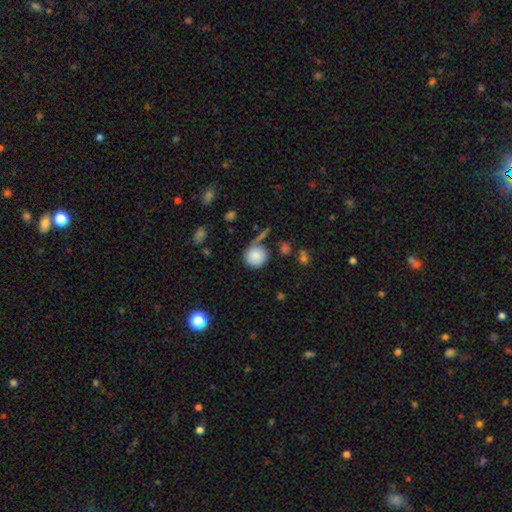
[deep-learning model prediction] Smooth or featured? Predicted: smooth (p=0.85). How rounded? Predicted: round (p=0.90). Merging? Predicted: none (p=0.64).